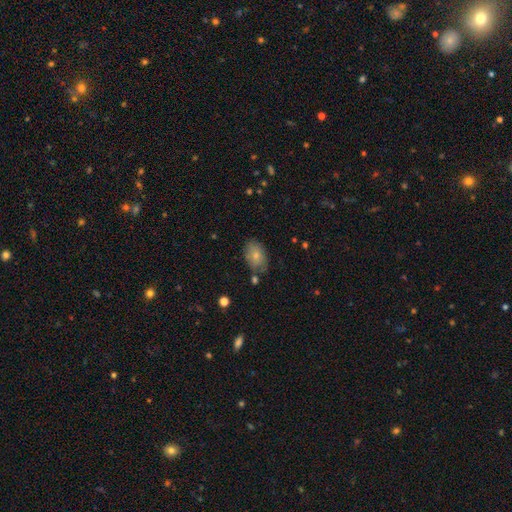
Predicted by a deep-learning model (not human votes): Smooth or featured: smooth — 78% (featured or disk — 15%)
How rounded: in between — 88% (round — 11%)
Merging: none — 69% (minor disturbance — 21%)